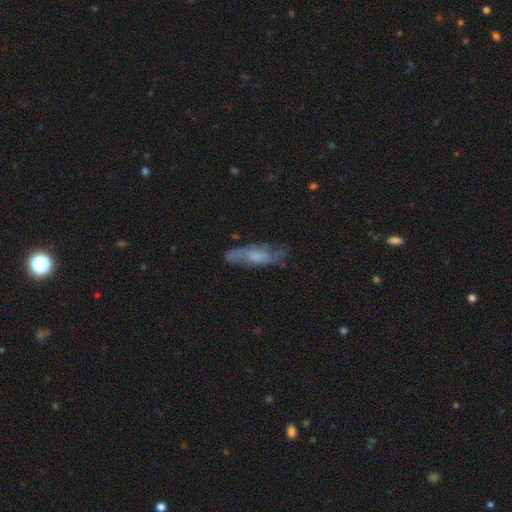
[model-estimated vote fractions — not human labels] The model was most divided on "smooth or featured": featured or disk: 54%, smooth: 38%, star or artifact: 8%. More confident: edge-on disk — no (70%); merging — none (66%).